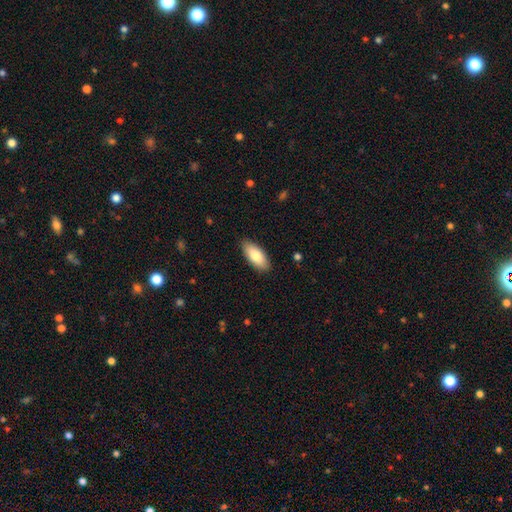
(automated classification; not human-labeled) A smooth galaxy with no disk features (82%) that is in between round and cigar-shaped (86%).

Vote fractions:
- Smooth or featured? smooth: 82% / featured or disk: 12% / star or artifact: 6%
- How rounded? in between: 86% / cigar-shaped: 12% / round: 2%
- Merging? none: 88% / minor disturbance: 9% / major disturbance: 2% / merger: 1%